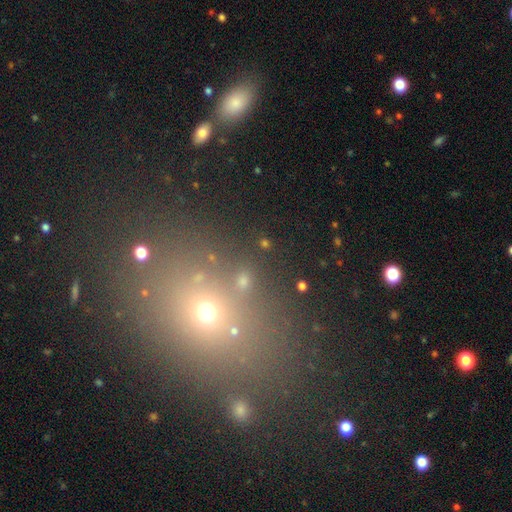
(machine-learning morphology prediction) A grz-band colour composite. It shows a smooth galaxy with no disk features (52%) that is in between round and cigar-shaped (60%). Merging: none (79%).